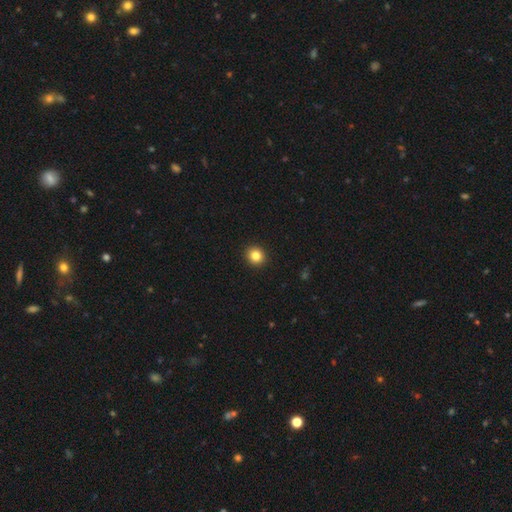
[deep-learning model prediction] Morphology: type=smooth (83%); roundness=round (89%); merging=none (93%).